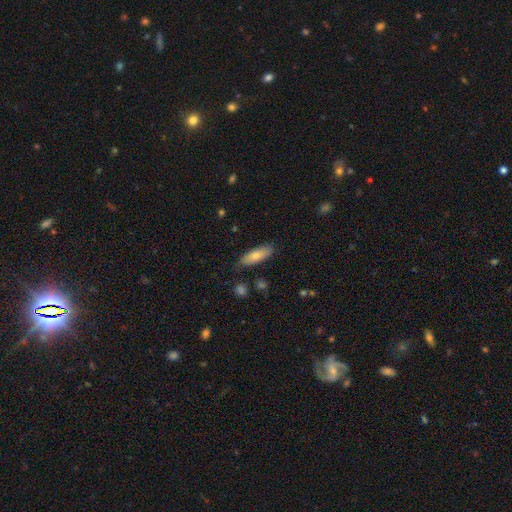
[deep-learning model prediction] Morphology: type=smooth (76%); roundness=in between (65%); merging=none (78%).